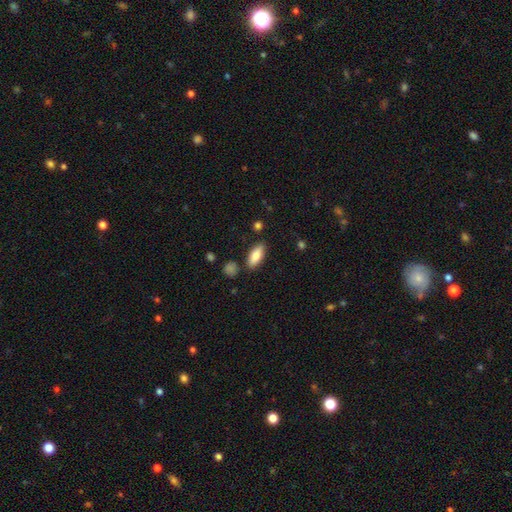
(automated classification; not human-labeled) A smooth galaxy with no disk features (84%) that is in between round and cigar-shaped (80%). Merging: none (82%).